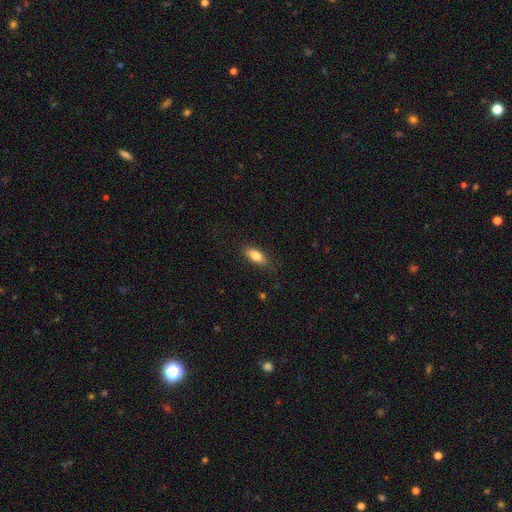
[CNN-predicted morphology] smooth 79%, featured or disk 13%, star or artifact 7%. Down the decision tree: how rounded — in between (76%); merging — none (82%).